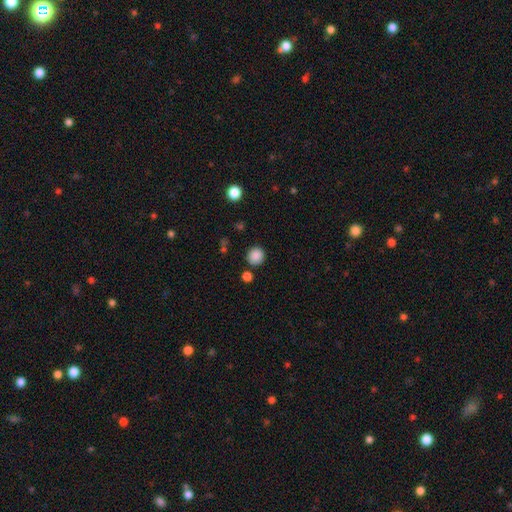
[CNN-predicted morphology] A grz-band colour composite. It shows a smooth galaxy with no disk features (87%) that is round (89%). Merging: none (85%).